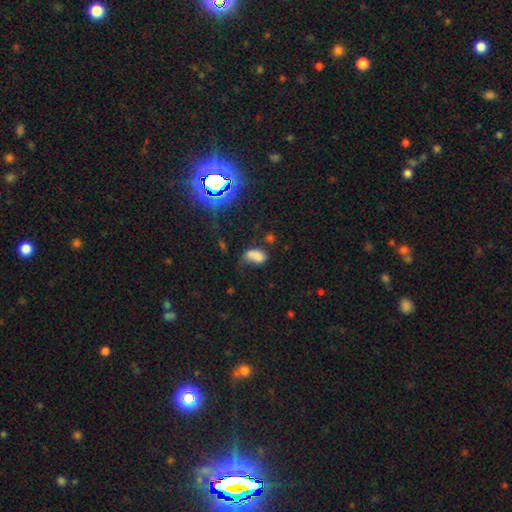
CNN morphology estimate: This appears to be a smooth galaxy with no disk features (71%) that is in between round and cigar-shaped (89%). Merging: none (33%).